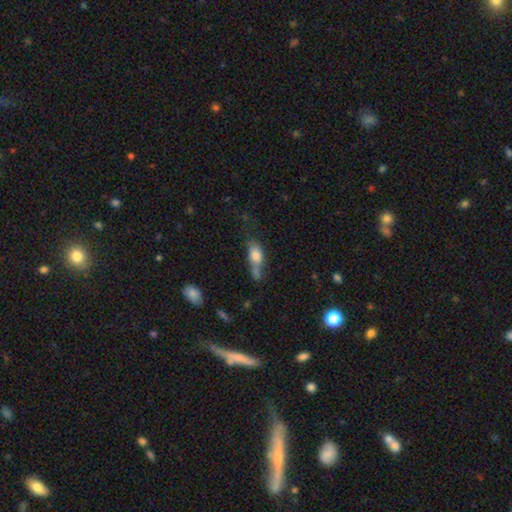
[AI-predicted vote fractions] This is likely a smooth galaxy (72%). How rounded: likely in between (74%). Merging: marginally none (32%).